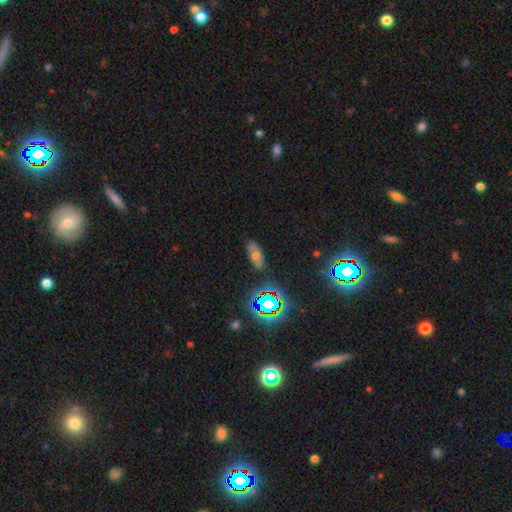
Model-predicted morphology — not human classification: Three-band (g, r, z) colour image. It shows a smooth galaxy with no disk features (40%). Merging: none (70%).